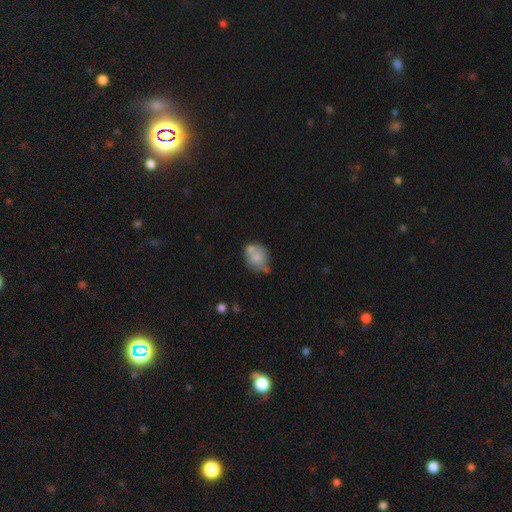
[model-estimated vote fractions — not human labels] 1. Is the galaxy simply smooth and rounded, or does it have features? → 71% smooth, 21% featured or disk, 8% star or artifact.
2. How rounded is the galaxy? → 51% round, 48% in between, 1% cigar-shaped.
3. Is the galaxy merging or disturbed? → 43% none, 30% merger, 21% minor disturbance, 7% major disturbance.